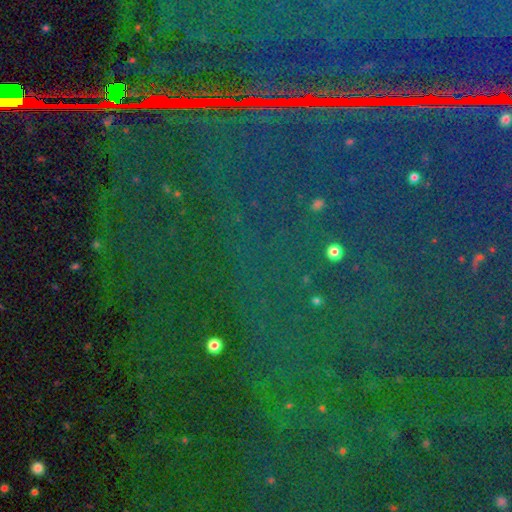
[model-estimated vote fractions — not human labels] Smooth or featured? star or artifact (85%)